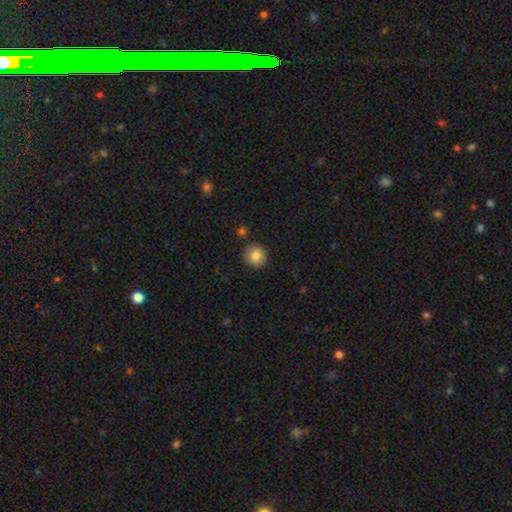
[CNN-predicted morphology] smooth-or-featured: smooth: 84% | star or artifact: 9% | featured or disk: 7%
  how-rounded: round: 91% | in between: 8% | cigar-shaped: 1%
  merging: none: 87% | minor disturbance: 8% | merger: 2% | major disturbance: 2%